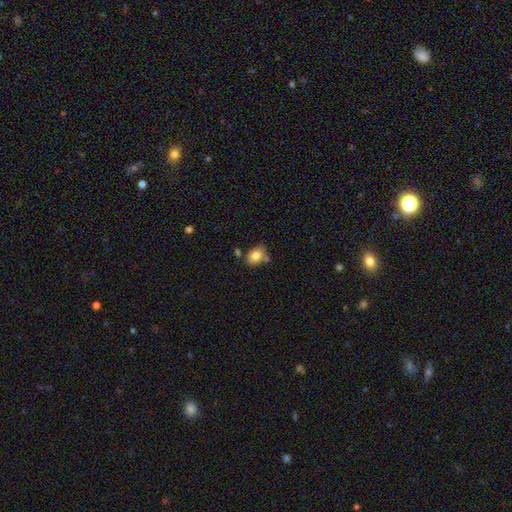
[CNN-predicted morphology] A smooth galaxy with no disk features (80%) that is in between round and cigar-shaped (77%). Merging: none (68%).